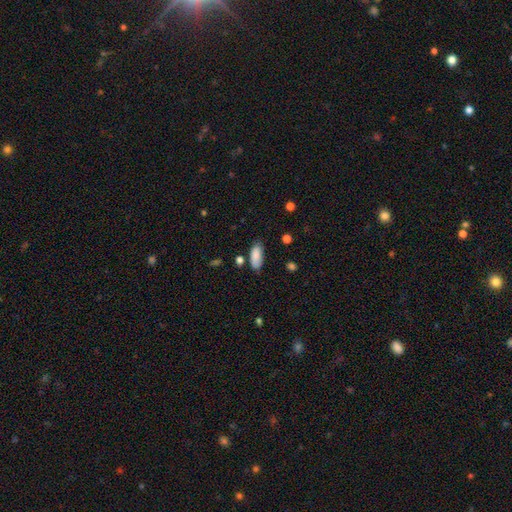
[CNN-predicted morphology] Smooth or featured? Predicted: smooth (p=0.87). How rounded? Predicted: in between (p=0.85). Merging? Predicted: none (p=0.71).